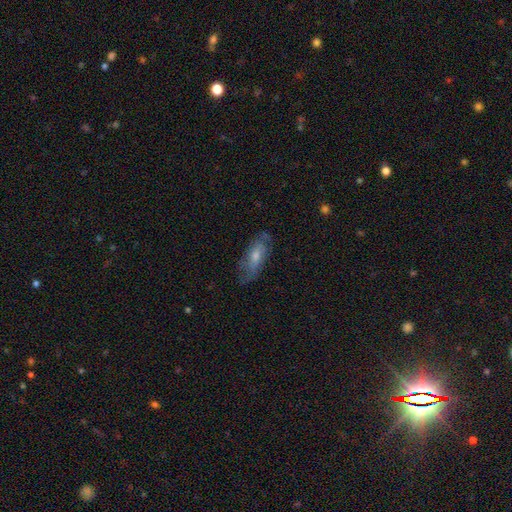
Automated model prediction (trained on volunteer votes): This appears to be a featured or disk galaxy (51%). Merging: none (70%).